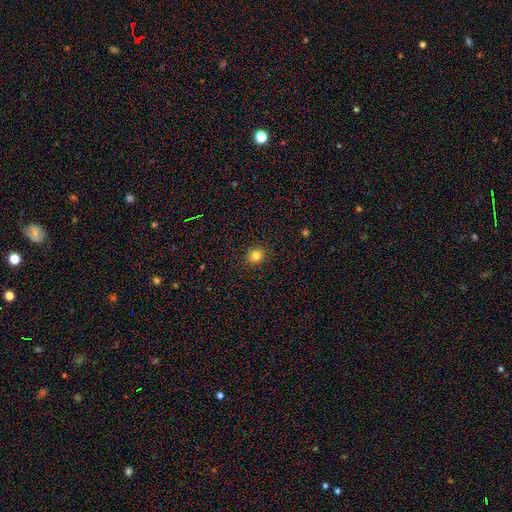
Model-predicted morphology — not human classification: smooth-or-featured: smooth: 82% | star or artifact: 13% | featured or disk: 5%
  how-rounded: round: 87% | in between: 12% | cigar-shaped: 1%
  merging: none: 92% | minor disturbance: 5% | major disturbance: 2% | merger: 1%